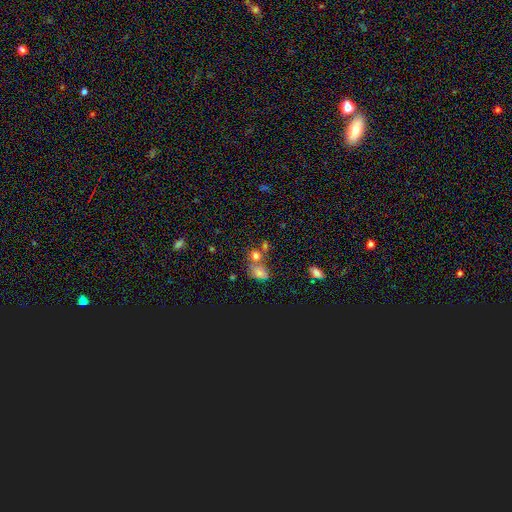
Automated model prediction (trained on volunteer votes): smooth_or_featured: smooth (p=0.64) [alt: star or artifact p=0.23]
how_rounded: round (p=0.58) [alt: in between p=0.40]
merging: none (p=0.45) [alt: merger p=0.35]